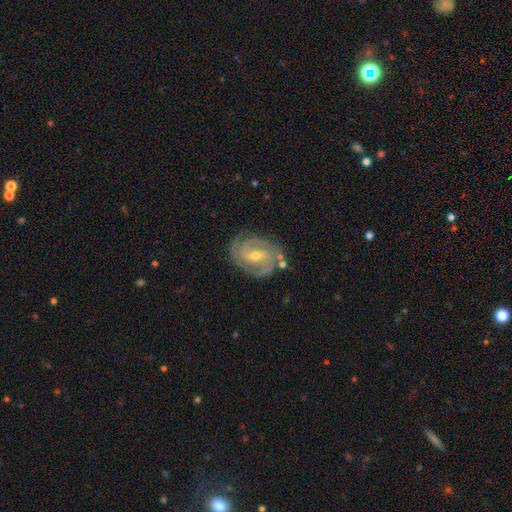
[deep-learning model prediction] A featured or disk galaxy (89%) with a weak bar (48%), 2 (42%) tight (62%) spiral arms (97%) and a small central bulge (51%). Merging: none (77%).